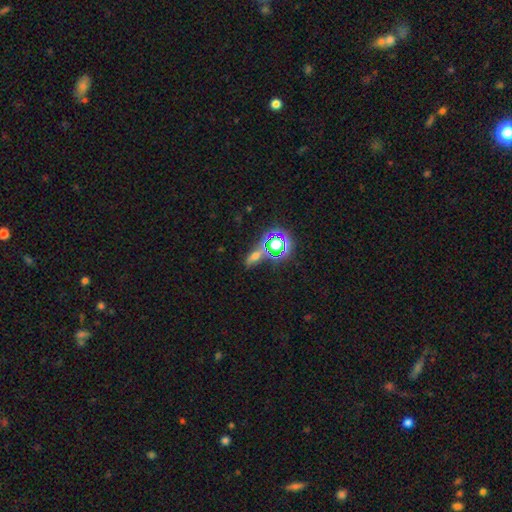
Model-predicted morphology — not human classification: Smooth or featured: smooth — 45% (star or artifact — 38%)
Merging: none — 64% (merger — 15%)